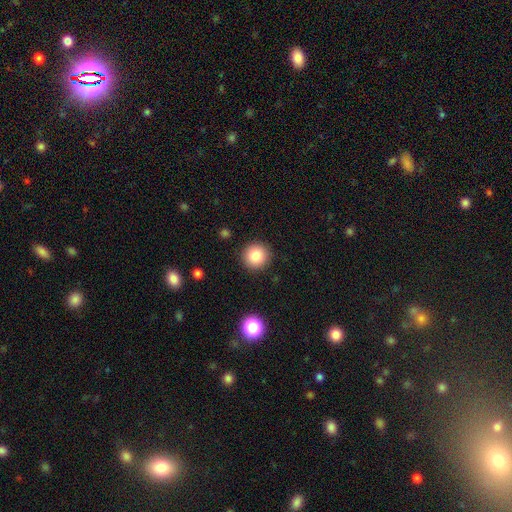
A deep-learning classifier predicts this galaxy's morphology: Smooth or featured? Predicted: smooth (p=0.83). How rounded? Predicted: round (p=0.94). Merging? Predicted: none (p=0.91).